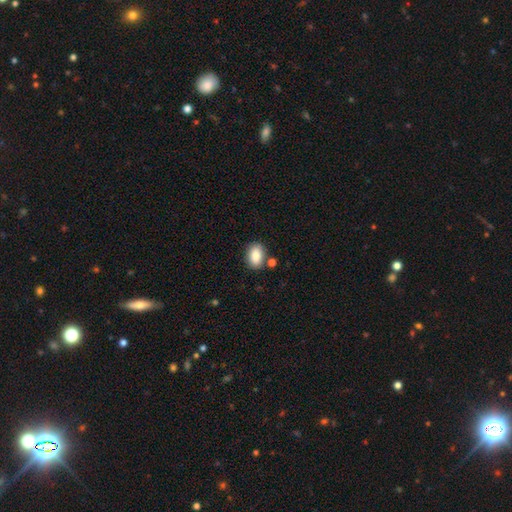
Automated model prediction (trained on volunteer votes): A smooth galaxy with no disk features (84%) that is in between round and cigar-shaped (83%).

Vote fractions:
- Smooth or featured? smooth: 84% / featured or disk: 8% / star or artifact: 8%
- How rounded? in between: 83% / round: 16% / cigar-shaped: 1%
- Merging? none: 79% / minor disturbance: 11% / merger: 8% / major disturbance: 3%